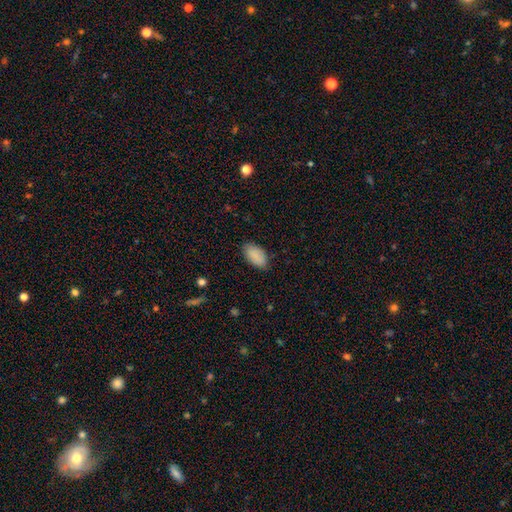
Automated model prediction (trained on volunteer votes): A smooth galaxy with no disk features (89%) that is in between round and cigar-shaped (94%).

Vote fractions:
- Smooth or featured? smooth: 89% / star or artifact: 7% / featured or disk: 5%
- How rounded? in between: 94% / round: 4% / cigar-shaped: 2%
- Merging? none: 82% / minor disturbance: 14% / major disturbance: 3% / merger: 1%